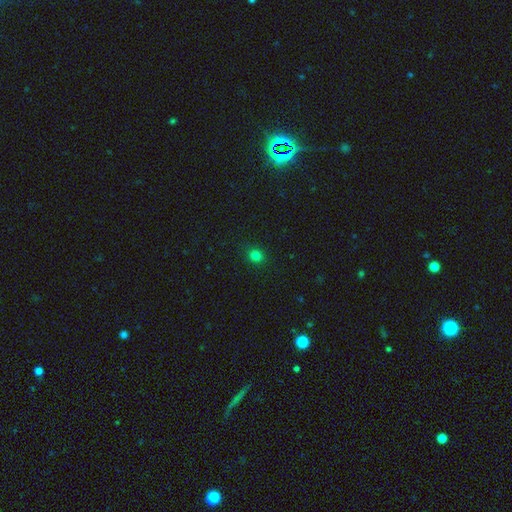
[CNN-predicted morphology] smooth_or_featured: smooth (p=0.80) [alt: star or artifact p=0.16]
how_rounded: round (p=0.82) [alt: in between p=0.17]
merging: none (p=0.90) [alt: minor disturbance p=0.07]